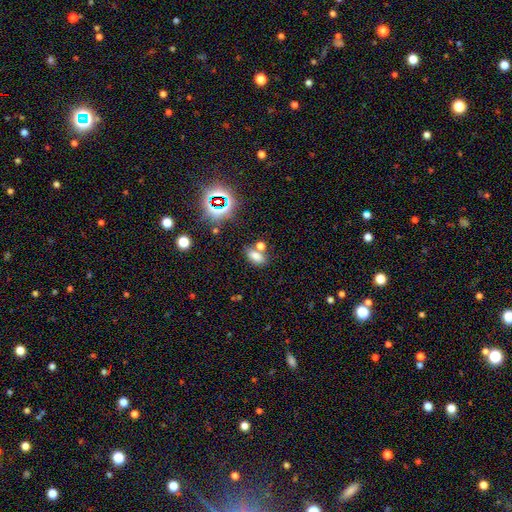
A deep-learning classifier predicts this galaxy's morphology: Smooth or featured? Predicted: smooth (p=0.70). How rounded? Predicted: in between (p=0.85). Merging? Predicted: none (p=0.58).